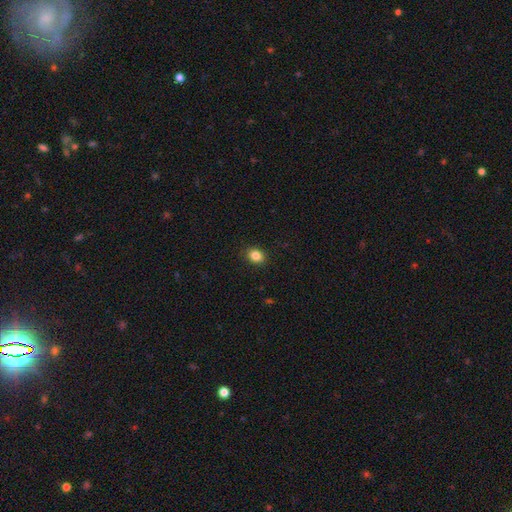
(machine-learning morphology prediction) Overall: smooth (85%). How rounded: round (52%; in between 48%). Merging: none (89%).